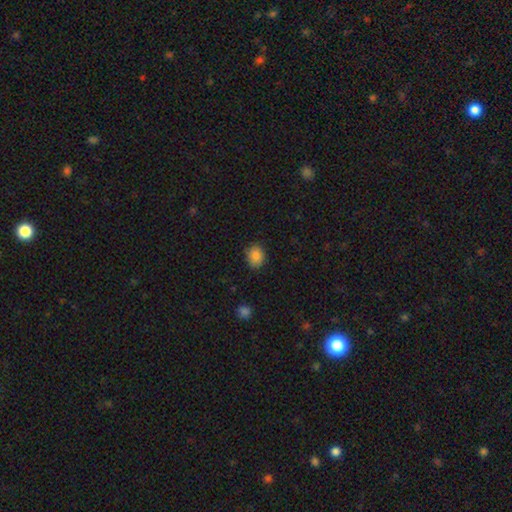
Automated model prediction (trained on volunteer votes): A smooth galaxy with no disk features (84%) that is round (54%). Merging: none (83%).